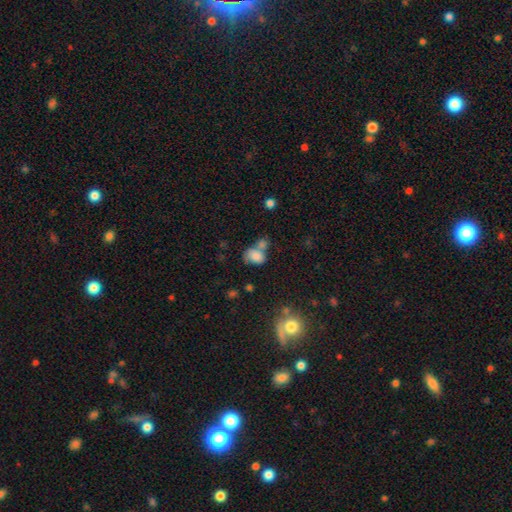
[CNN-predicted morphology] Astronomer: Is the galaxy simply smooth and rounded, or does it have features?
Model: smooth — 76%.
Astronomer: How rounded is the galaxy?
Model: in between — 69%.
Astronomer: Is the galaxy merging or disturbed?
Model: merger — 41% (runner-up: none, 33%).